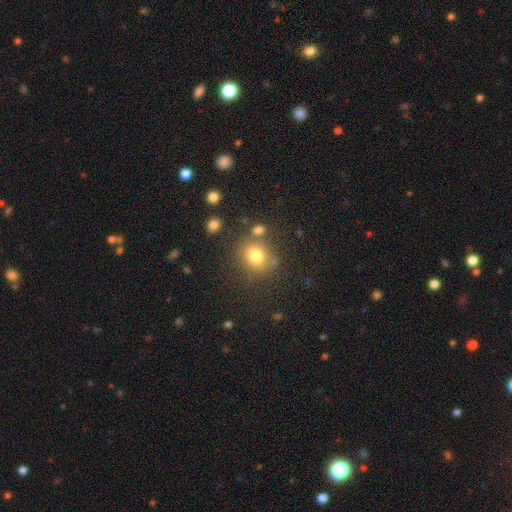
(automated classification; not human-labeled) smooth_or_featured: smooth (p=0.76) [alt: star or artifact p=0.15]
how_rounded: round (p=0.72) [alt: in between p=0.27]
merging: none (p=0.73) [alt: minor disturbance p=0.12]